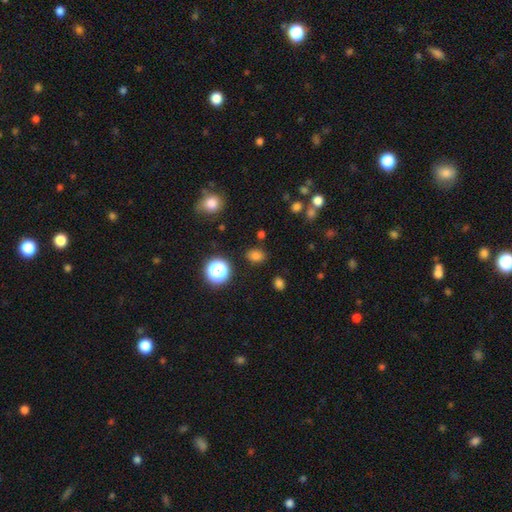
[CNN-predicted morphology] Q: Smooth or featured?
A: smooth (76%); runner-up: star or artifact (19%)
Q: How rounded?
A: in between (60%); runner-up: round (39%)
Q: Merging?
A: none (83%); runner-up: minor disturbance (11%)